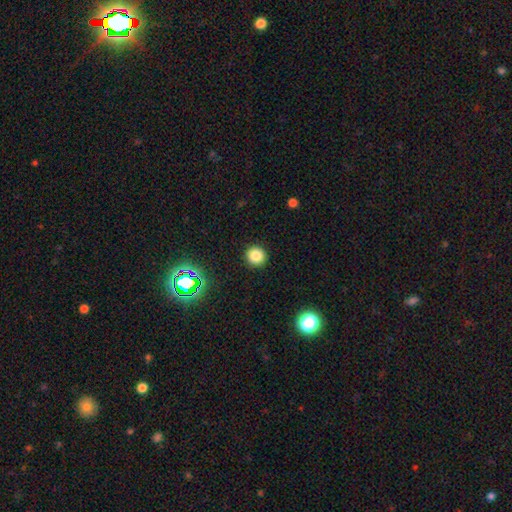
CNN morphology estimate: This is clearly a smooth galaxy (83%). How rounded: clearly round (95%). Merging: clearly none (92%).